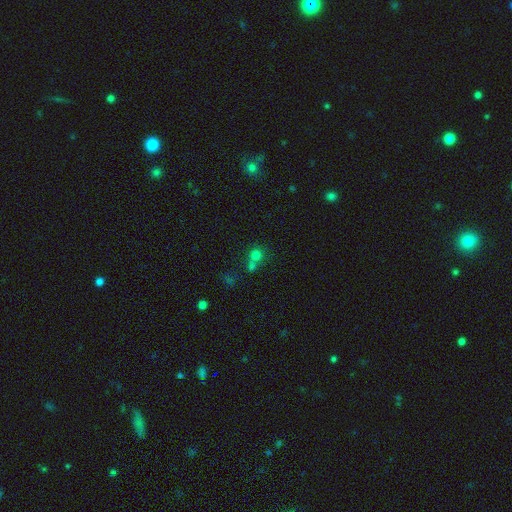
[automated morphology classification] A smooth galaxy with no disk features (71%) that is round (84%). Merging: merger (46%).